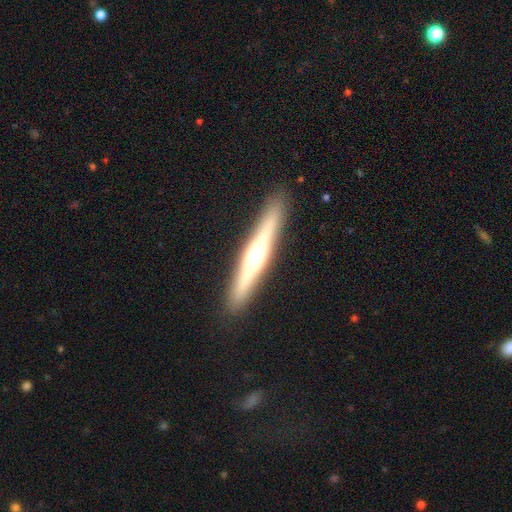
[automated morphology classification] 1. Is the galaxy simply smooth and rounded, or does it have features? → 71% featured or disk, 23% smooth, 6% star or artifact.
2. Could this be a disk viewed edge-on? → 97% yes, 3% no.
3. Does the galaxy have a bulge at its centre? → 87% rounded, 7% boxy, 5% none.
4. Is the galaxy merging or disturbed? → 91% none, 6% minor disturbance, 1% major disturbance, 1% merger.